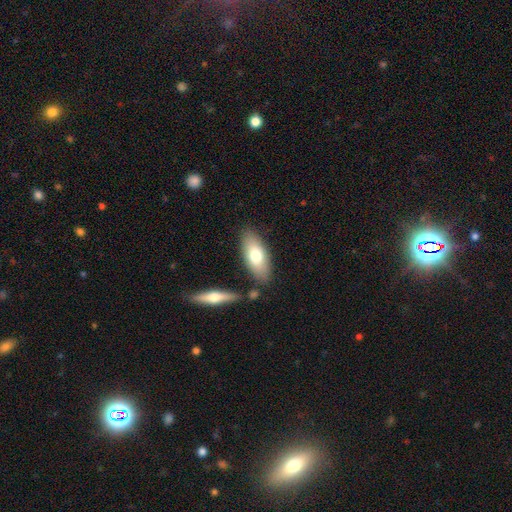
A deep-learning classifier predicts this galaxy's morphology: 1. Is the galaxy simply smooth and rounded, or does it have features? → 71% smooth, 23% featured or disk, 6% star or artifact.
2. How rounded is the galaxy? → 80% in between, 18% cigar-shaped, 2% round.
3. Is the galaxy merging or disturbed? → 78% none, 12% minor disturbance, 7% merger, 3% major disturbance.